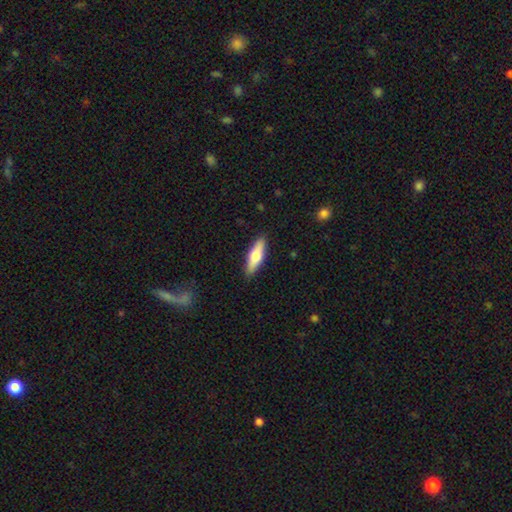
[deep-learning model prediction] A smooth galaxy with no disk features (55%) that is cigar-shaped (56%). Merging: none (89%).